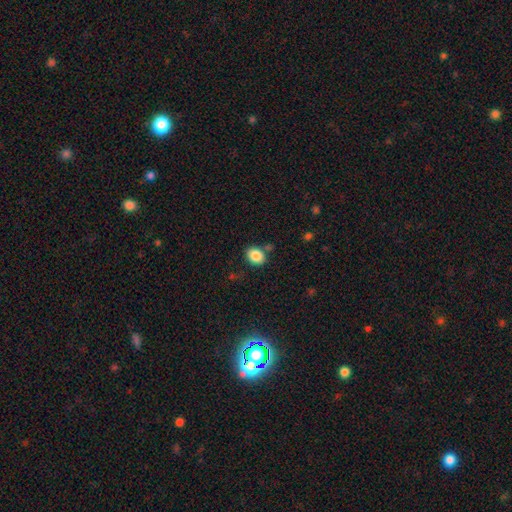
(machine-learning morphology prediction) Smooth or featured?
  - smooth: 86% *
  - star or artifact: 9%
  - featured or disk: 5%
How rounded?
  - in between: 61% *
  - round: 39%
  - cigar-shaped: 1%
Merging?
  - none: 76% *
  - minor disturbance: 13%
  - merger: 8%
  - major disturbance: 4%